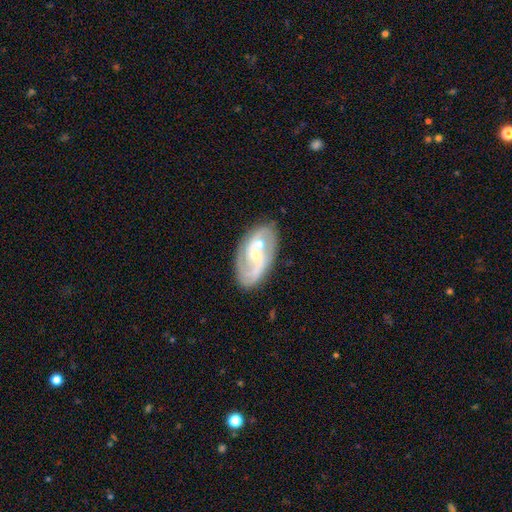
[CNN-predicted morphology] smooth_or_featured: featured or disk (p=0.78) [alt: smooth p=0.16]
disk_edge_on: no (p=0.96) [alt: yes p=0.04]
bar: no (p=0.52) [alt: weak p=0.38]
has_spiral_arms: yes (p=0.87) [alt: no p=0.13]
spiral_winding: medium (p=0.45) [alt: loose p=0.33]
spiral_arm_count: 2 (p=0.71) [alt: 1 p=0.12]
bulge_size: small (p=0.51) [alt: moderate p=0.42]
merging: none (p=0.55) [alt: merger p=0.18]